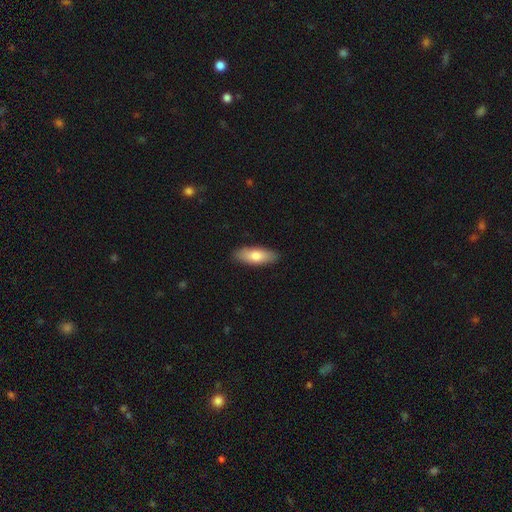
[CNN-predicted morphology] Smooth or featured? smooth (76%)
How rounded? in between (67%)
Merging? none (89%)